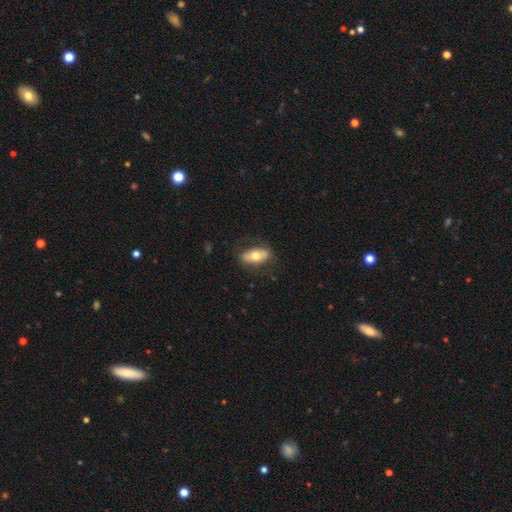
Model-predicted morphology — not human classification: Q: Smooth or featured?
A: smooth (63%); runner-up: featured or disk (31%)
Q: How rounded?
A: in between (86%); runner-up: cigar-shaped (8%)
Q: Merging?
A: none (79%); runner-up: minor disturbance (15%)